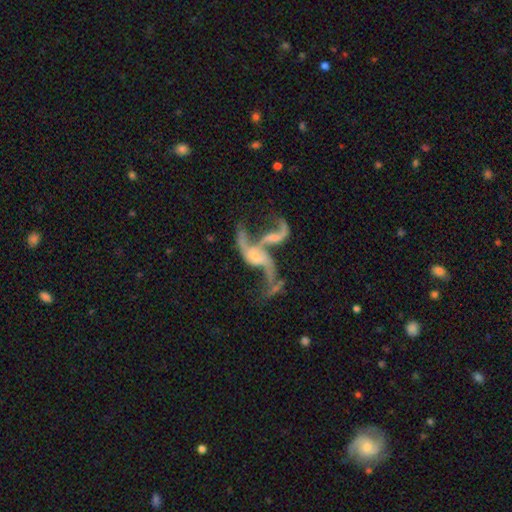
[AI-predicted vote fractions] Morphology: type=featured or disk (79%); edge-on=no (95%); bar=no (63%); spiral arms=yes (78%); winding=loose (87%); arm count=2 (65%); bulge=small (41%); merging=merger (59%).